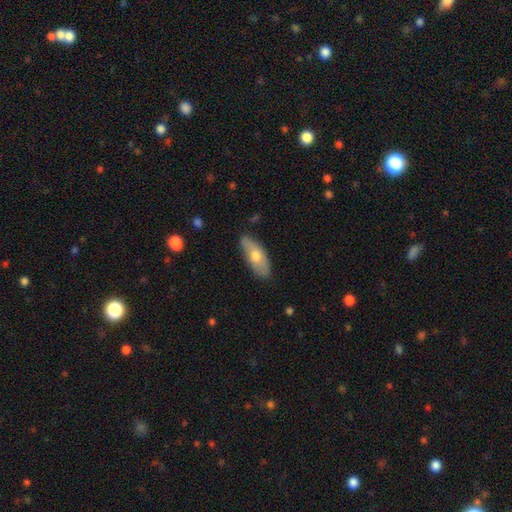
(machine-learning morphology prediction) A smooth galaxy with no disk features (62%) that is in between round and cigar-shaped (78%).

Vote fractions:
- Smooth or featured? smooth: 62% / featured or disk: 32% / star or artifact: 6%
- How rounded? in between: 78% / cigar-shaped: 19% / round: 3%
- Merging? none: 76% / minor disturbance: 19% / major disturbance: 3% / merger: 2%